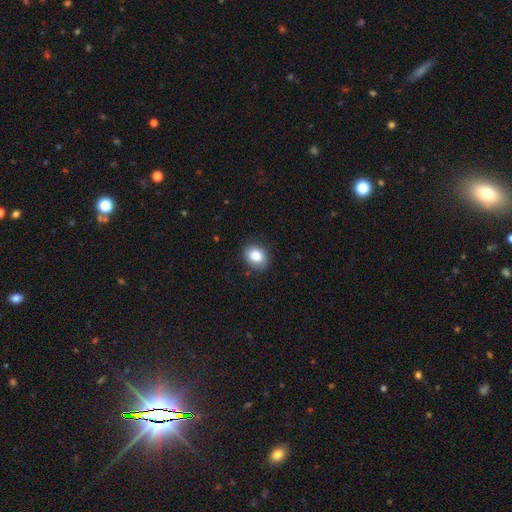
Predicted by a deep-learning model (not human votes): Morphology: type=smooth (84%); roundness=in between (53%); merging=none (81%).